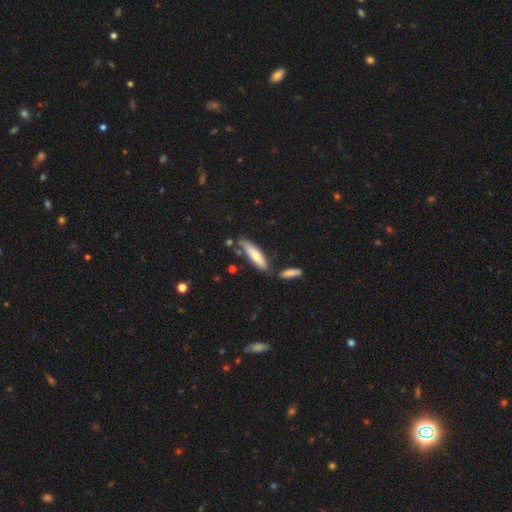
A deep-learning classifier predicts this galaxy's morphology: A smooth galaxy with no disk features (70%) that is cigar-shaped (69%). Merging: none (69%).